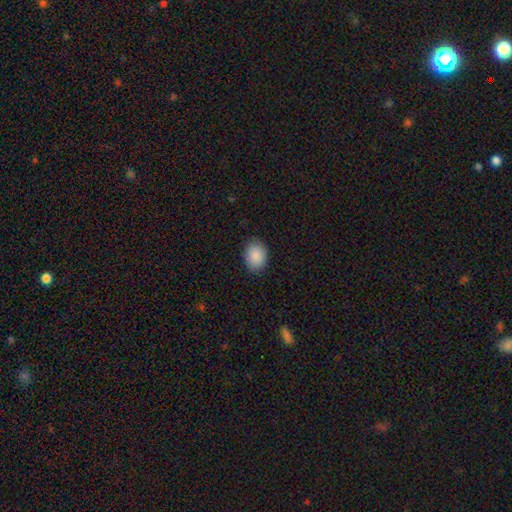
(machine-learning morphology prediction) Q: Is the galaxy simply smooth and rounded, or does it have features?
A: smooth — 90%.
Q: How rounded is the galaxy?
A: in between — 69%.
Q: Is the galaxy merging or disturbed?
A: none — 86%.